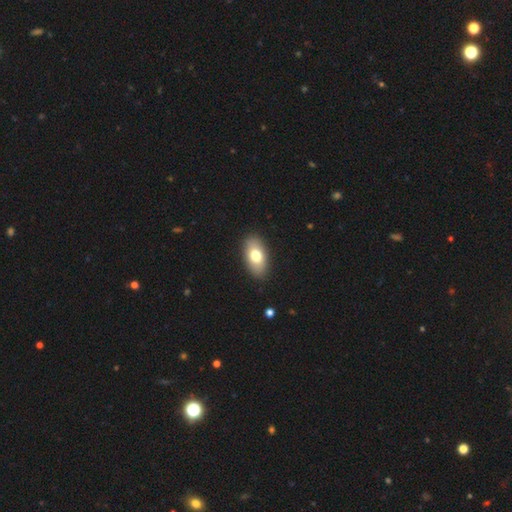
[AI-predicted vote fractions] smooth 74%, featured or disk 19%, star or artifact 7%. Down the decision tree: how rounded — in between (92%); merging — none (89%).